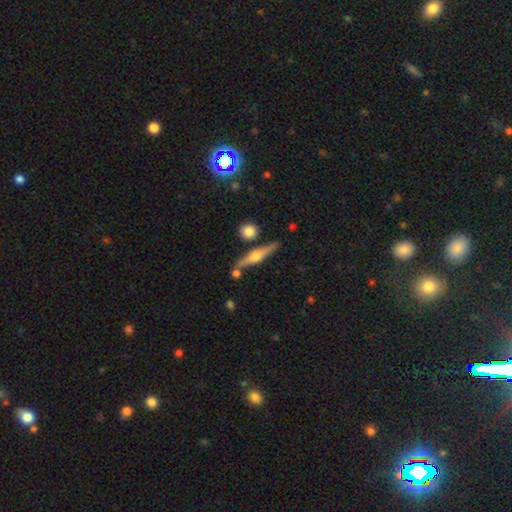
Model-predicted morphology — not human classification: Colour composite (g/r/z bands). It shows a featured or disk galaxy (67%) viewed edge-on (96%) with a rounded central bulge (91%). Merging: none (79%).